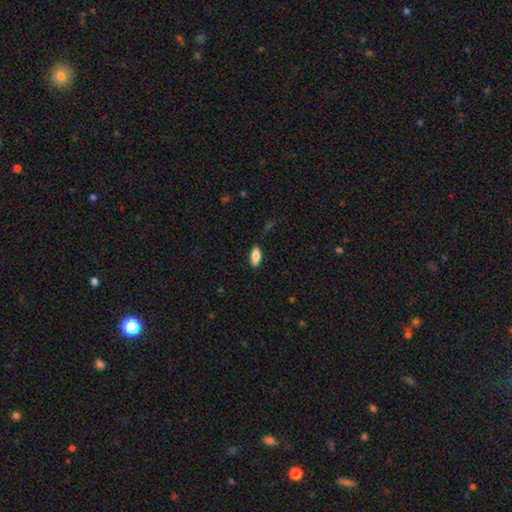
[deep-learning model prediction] smooth 85%, featured or disk 8%, star or artifact 7%. Down the decision tree: how rounded — in between (87%); merging — none (86%).